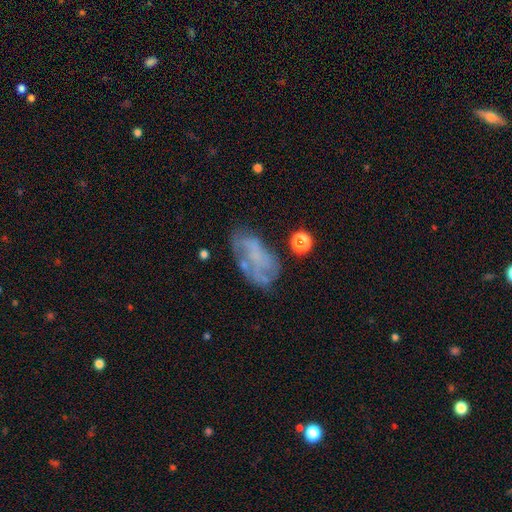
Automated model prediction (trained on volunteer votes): Smooth or featured? featured or disk (53%)
Edge-on disk? no (95%)
Bar? no (82%)
Spiral arms? no (62%)
Bulge size? none (73%)
Merging? none (50%)